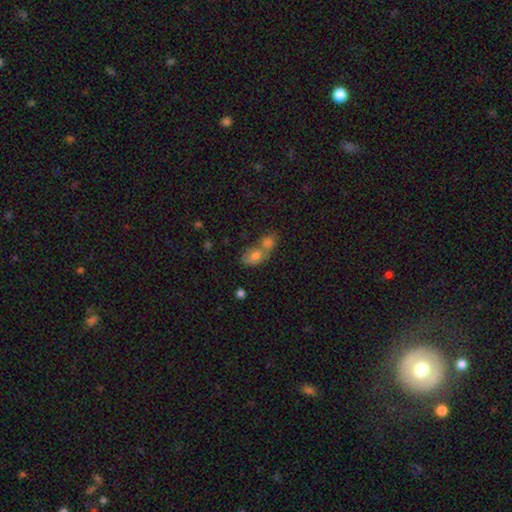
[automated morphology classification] The model was most divided on "merging": merger: 68%, none: 20%, minor disturbance: 8%, major disturbance: 5%. More confident: how rounded — in between (75%); smooth or featured — smooth (72%).